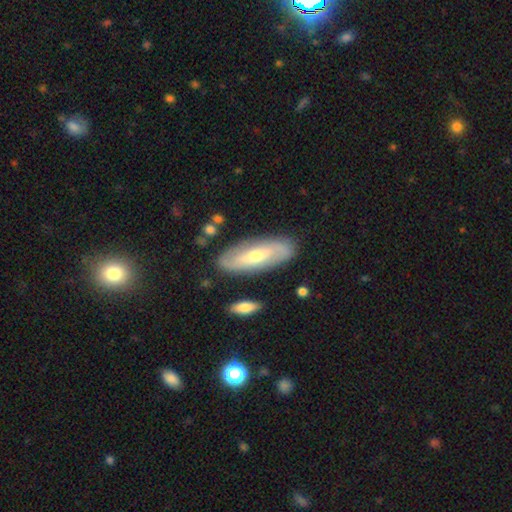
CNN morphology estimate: A featured or disk galaxy (60%). Merging: none (84%).